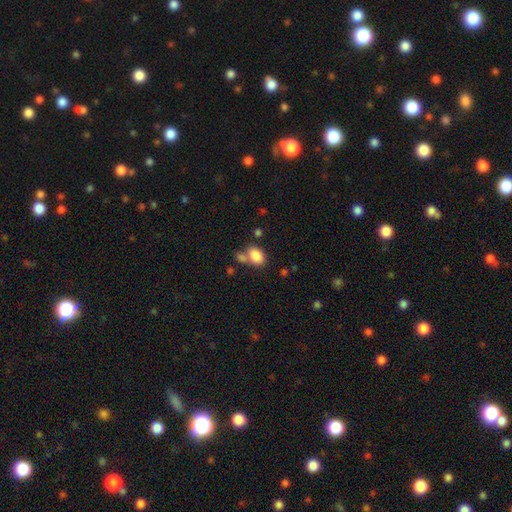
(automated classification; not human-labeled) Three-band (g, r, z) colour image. It shows a smooth galaxy with no disk features (84%) that is in between round and cigar-shaped (84%). Merging: none (48%).